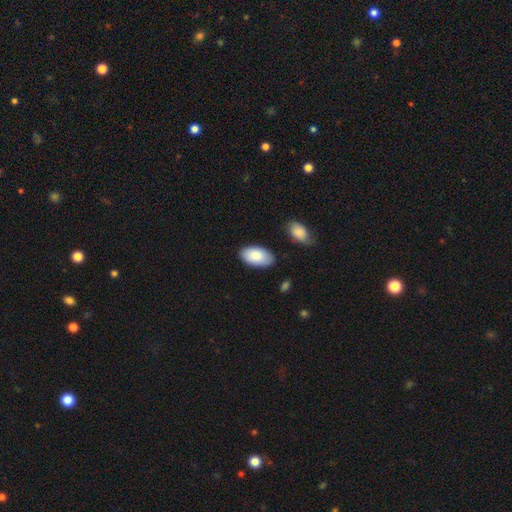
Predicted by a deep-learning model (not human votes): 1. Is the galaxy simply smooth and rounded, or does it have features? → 85% smooth, 10% featured or disk, 6% star or artifact.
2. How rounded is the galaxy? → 96% in between, 3% round, 1% cigar-shaped.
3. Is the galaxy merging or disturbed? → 82% none, 13% minor disturbance, 3% merger, 2% major disturbance.